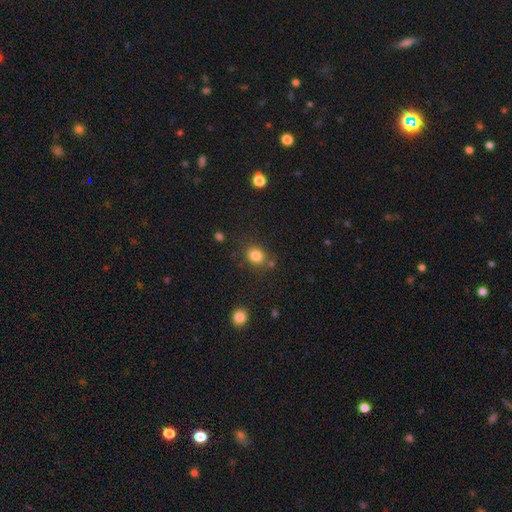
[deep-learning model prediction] Smooth or featured? Predicted: smooth (p=0.83). How rounded? Predicted: round (p=0.67). Merging? Predicted: none (p=0.75).